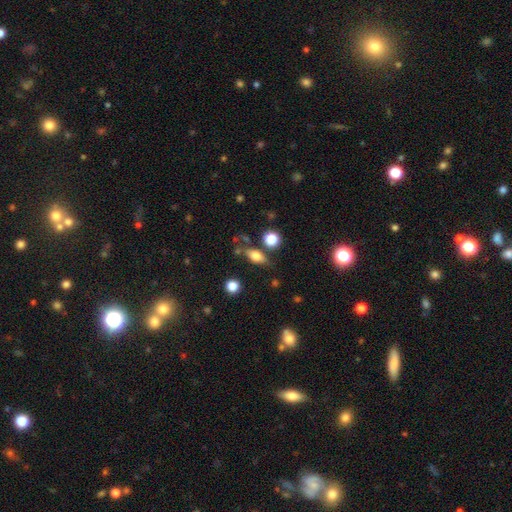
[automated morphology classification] Smooth or featured? Predicted: smooth (p=0.71). How rounded? Predicted: in between (p=0.75). Merging? Predicted: none (p=0.68).